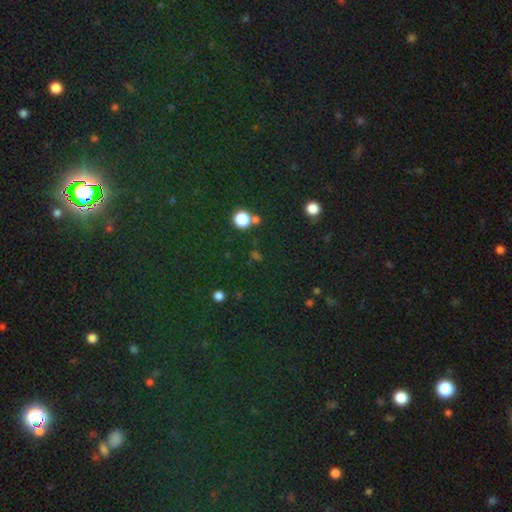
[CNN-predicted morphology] A star or artifact, not a galaxy (55%).